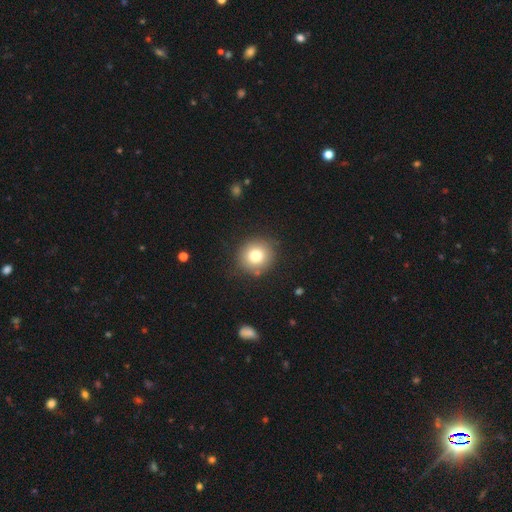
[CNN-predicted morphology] A smooth galaxy with no disk features (78%) that is round (89%). Merging: none (87%).